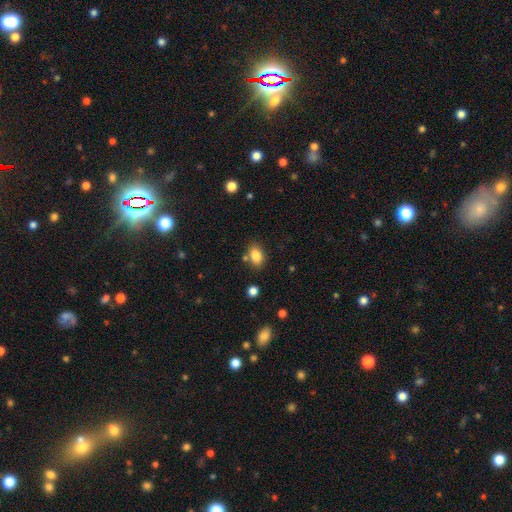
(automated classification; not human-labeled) smooth_or_featured: smooth (p=0.84) [alt: star or artifact p=0.09]
how_rounded: in between (p=0.81) [alt: round p=0.18]
merging: none (p=0.76) [alt: minor disturbance p=0.13]